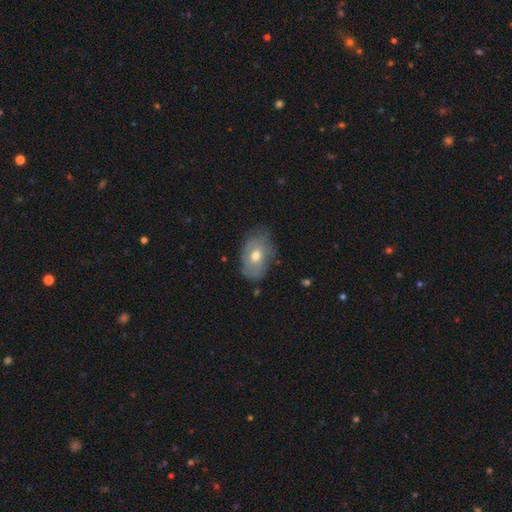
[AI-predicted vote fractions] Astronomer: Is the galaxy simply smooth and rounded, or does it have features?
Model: featured or disk — 50% (runner-up: smooth, 41%).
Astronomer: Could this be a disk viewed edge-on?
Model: no — 93%.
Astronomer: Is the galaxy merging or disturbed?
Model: none — 67%.